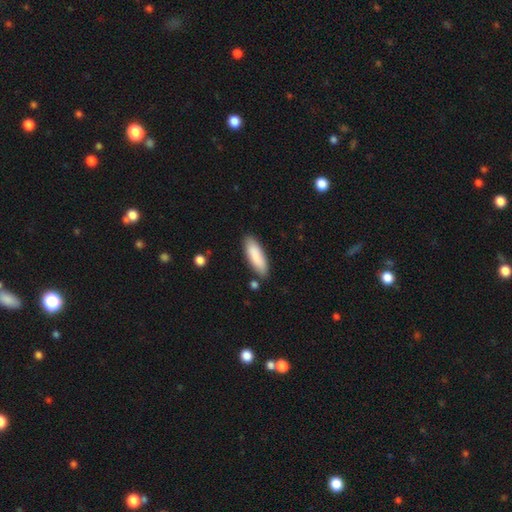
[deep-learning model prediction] smooth 86%, featured or disk 8%, star or artifact 5%. Down the decision tree: how rounded — in between (55%); merging — none (83%).